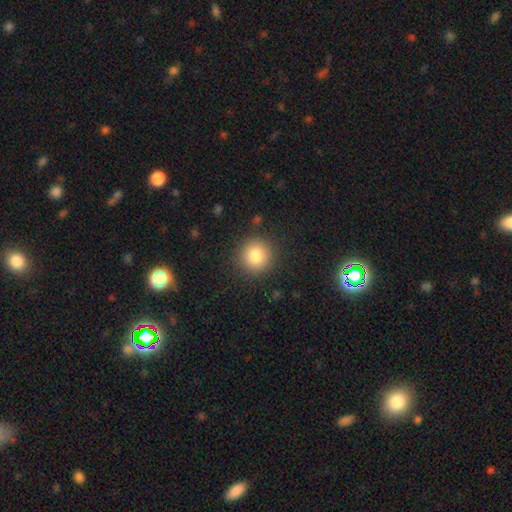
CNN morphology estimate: type=smooth (82%); roundness=round (94%); merging=none (90%).